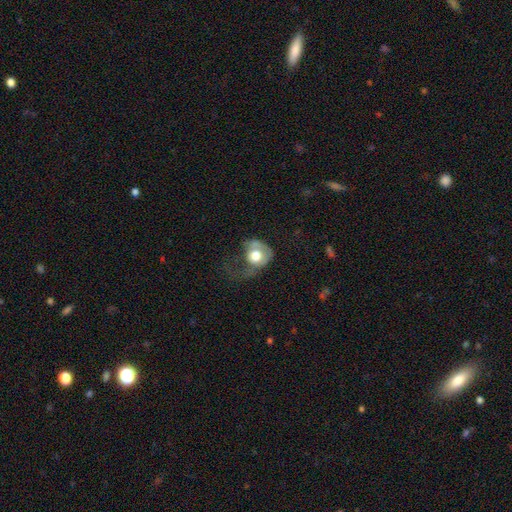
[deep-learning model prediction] Q: Smooth or featured?
A: smooth (60%); runner-up: featured or disk (32%)
Q: How rounded?
A: round (63%); runner-up: in between (36%)
Q: Merging?
A: major disturbance (59%); runner-up: minor disturbance (21%)